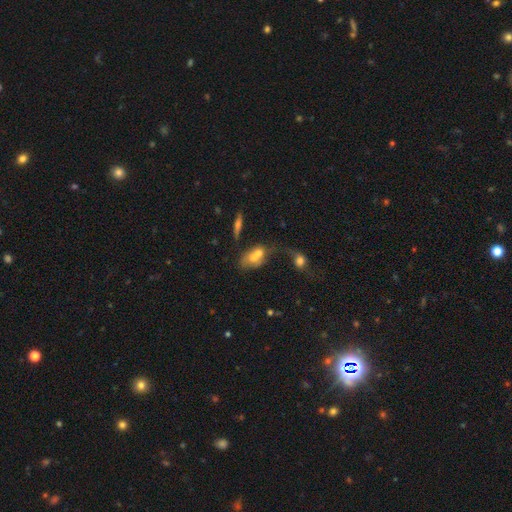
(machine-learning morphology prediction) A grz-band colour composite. It shows a smooth galaxy with no disk features (57%) that is in between round and cigar-shaped (78%). Merging: merger (59%).